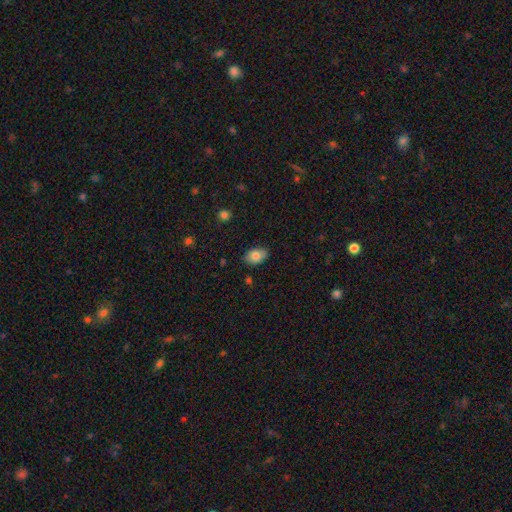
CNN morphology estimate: Q: Smooth or featured?
A: smooth (80%); runner-up: featured or disk (12%)
Q: How rounded?
A: in between (87%); runner-up: round (12%)
Q: Merging?
A: none (84%); runner-up: minor disturbance (12%)